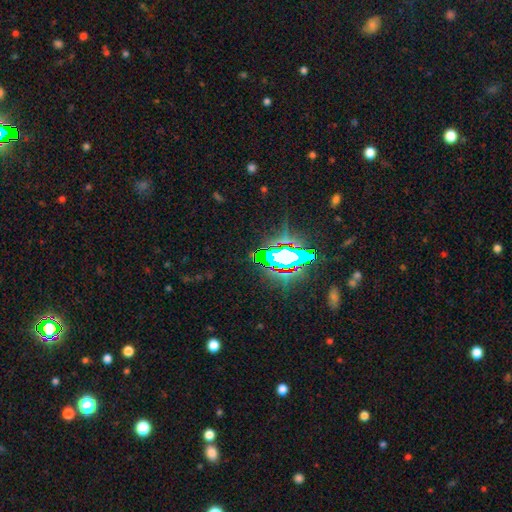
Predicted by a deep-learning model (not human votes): star or artifact 69%, smooth 16%, featured or disk 15%.